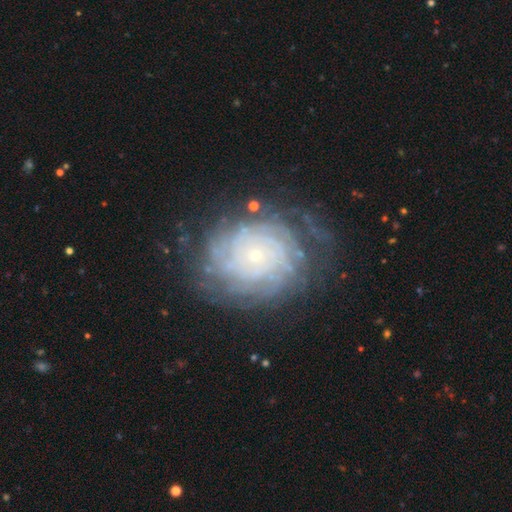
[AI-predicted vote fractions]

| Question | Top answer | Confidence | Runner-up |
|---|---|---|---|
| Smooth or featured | featured or disk | 82% | smooth (10%) |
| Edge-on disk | no | 97% | yes (3%) |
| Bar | no | 85% | weak (11%) |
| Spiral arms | yes | 94% | no (6%) |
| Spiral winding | tight | 83% | medium (13%) |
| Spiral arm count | can't tell | 36% | more than 4 (24%) |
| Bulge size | small | 87% | moderate (8%) |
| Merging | none | 72% | minor disturbance (17%) |